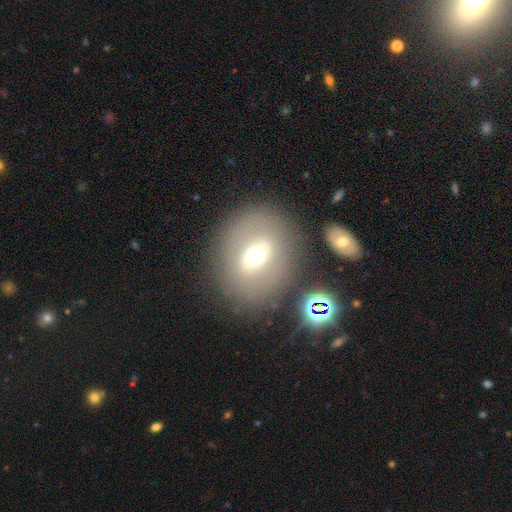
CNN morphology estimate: Overall: smooth (48%; featured or disk 41%). Merging: none (77%).